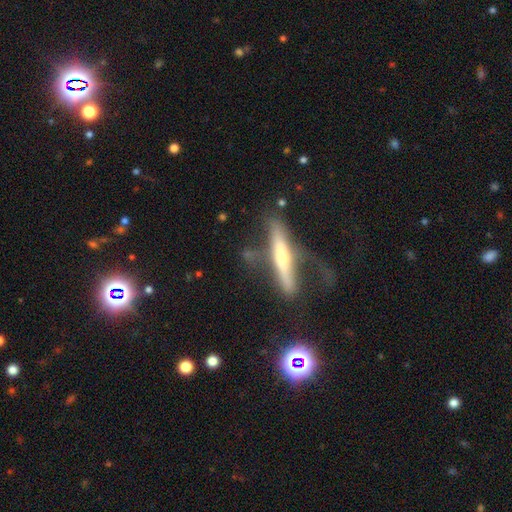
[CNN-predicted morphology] Smooth or featured?
  - featured or disk: 63% *
  - smooth: 29%
  - star or artifact: 8%
Edge-on disk?
  - yes: 86% *
  - no: 14%
Edge-on bulge?
  - rounded: 63% *
  - none: 21%
  - boxy: 16%
Merging?
  - none: 46% *
  - major disturbance: 25%
  - minor disturbance: 23%
  - merger: 6%